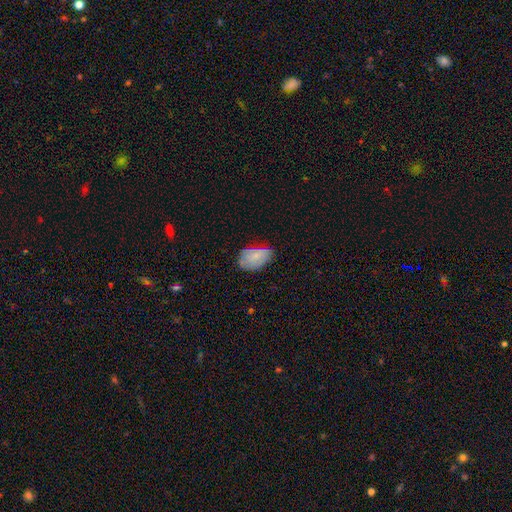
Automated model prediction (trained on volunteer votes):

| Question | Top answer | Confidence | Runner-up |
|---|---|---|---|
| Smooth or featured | smooth | 68% | featured or disk (24%) |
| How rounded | in between | 89% | round (9%) |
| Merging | none | 47% | minor disturbance (40%) |